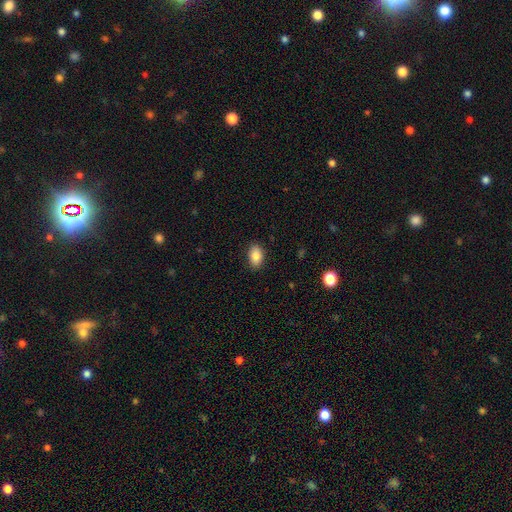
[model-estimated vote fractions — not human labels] The model was most divided on "smooth or featured": smooth: 86%, star or artifact: 8%, featured or disk: 6%. More confident: how rounded — in between (89%); merging — none (88%).